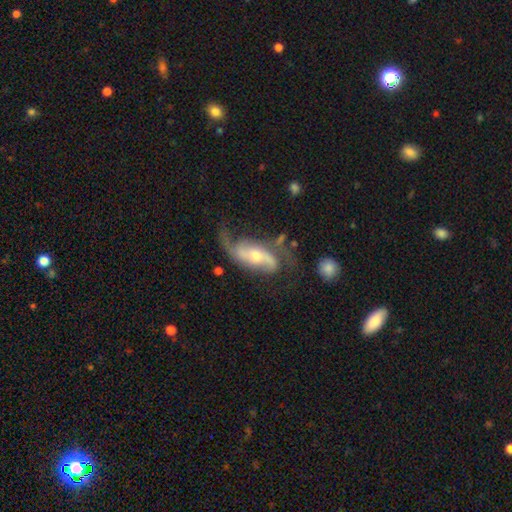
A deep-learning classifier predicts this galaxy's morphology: Q: Smooth or featured?
A: featured or disk (82%); runner-up: smooth (12%)
Q: Edge-on disk?
A: no (93%); runner-up: yes (7%)
Q: Bar?
A: no (45%); runner-up: weak (32%)
Q: Spiral arms?
A: yes (94%); runner-up: no (6%)
Q: Spiral winding?
A: loose (59%); runner-up: medium (30%)
Q: Spiral arm count?
A: 2 (83%); runner-up: 1 (7%)
Q: Bulge size?
A: moderate (54%); runner-up: small (41%)
Q: Merging?
A: none (49%); runner-up: major disturbance (24%)